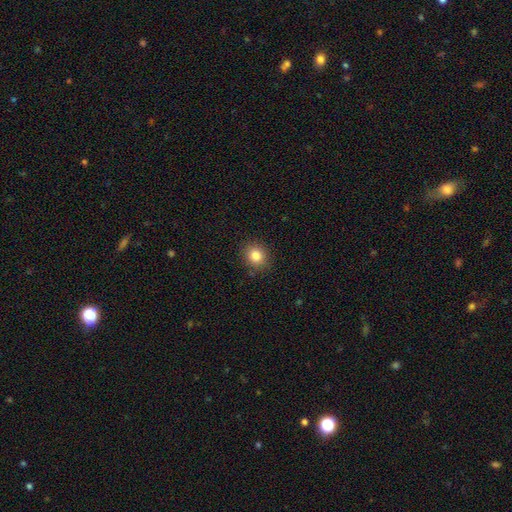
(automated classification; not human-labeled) Overall: smooth (83%). How rounded: round (78%). Merging: none (88%).